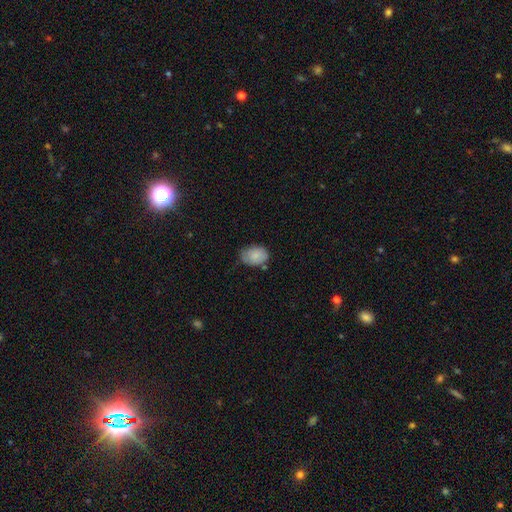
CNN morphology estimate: Smooth or featured?
  - smooth: 82% *
  - featured or disk: 11%
  - star or artifact: 7%
How rounded?
  - in between: 79% *
  - round: 20%
  - cigar-shaped: 1%
Merging?
  - none: 58% *
  - minor disturbance: 32%
  - major disturbance: 6%
  - merger: 4%